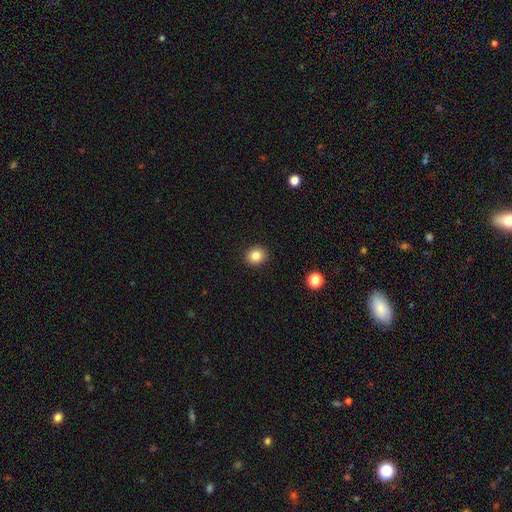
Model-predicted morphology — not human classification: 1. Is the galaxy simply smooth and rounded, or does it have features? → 84% smooth, 11% star or artifact, 6% featured or disk.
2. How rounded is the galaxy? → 74% round, 25% in between, 1% cigar-shaped.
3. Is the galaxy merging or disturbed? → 91% none, 6% minor disturbance, 2% major disturbance, 1% merger.